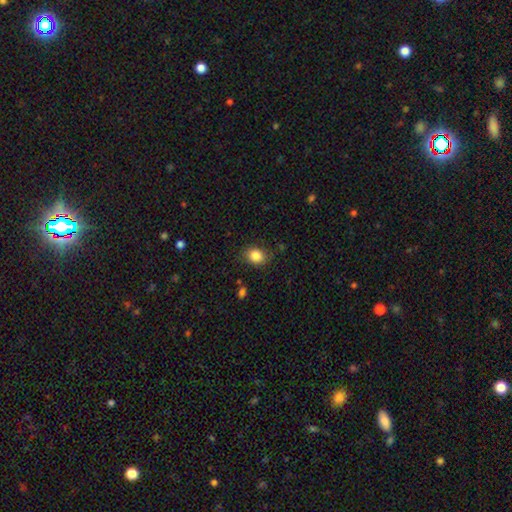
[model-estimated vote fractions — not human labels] This appears to be a smooth galaxy with no disk features (85%) that is round (54%). Merging: none (80%).